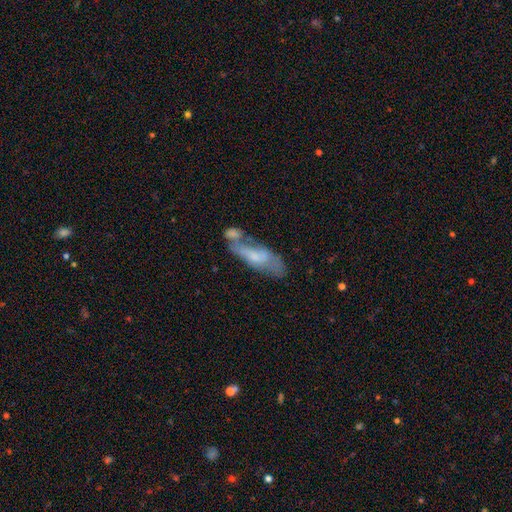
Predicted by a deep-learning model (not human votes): Overall: featured or disk (48%; smooth 45%). Merging: merger (37%; none 28%).